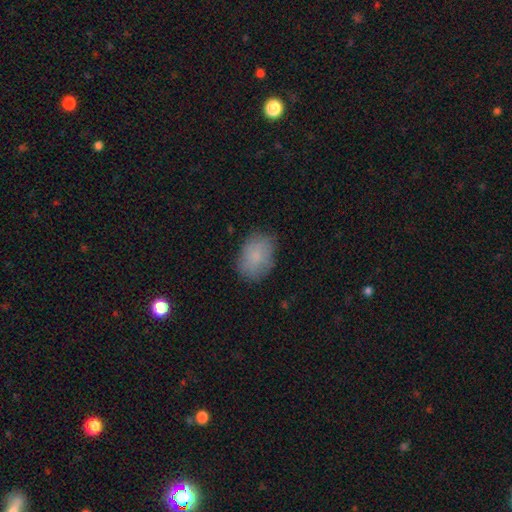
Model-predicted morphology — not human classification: Smooth or featured? smooth (81%)
How rounded? in between (77%)
Merging? none (75%)